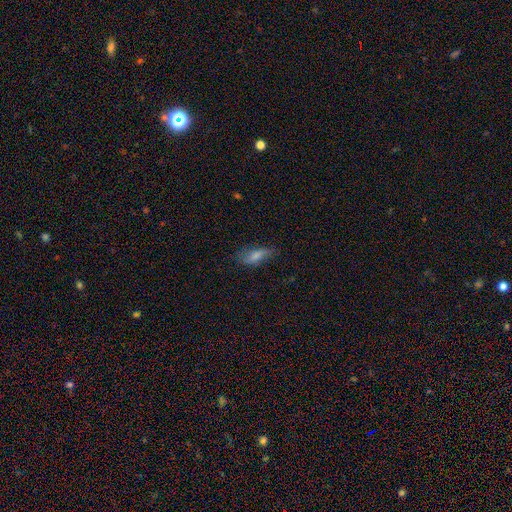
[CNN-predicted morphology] smooth_or_featured: smooth (p=0.73) [alt: featured or disk p=0.18]
how_rounded: in between (p=0.75) [alt: cigar-shaped p=0.22]
merging: none (p=0.57) [alt: minor disturbance p=0.29]